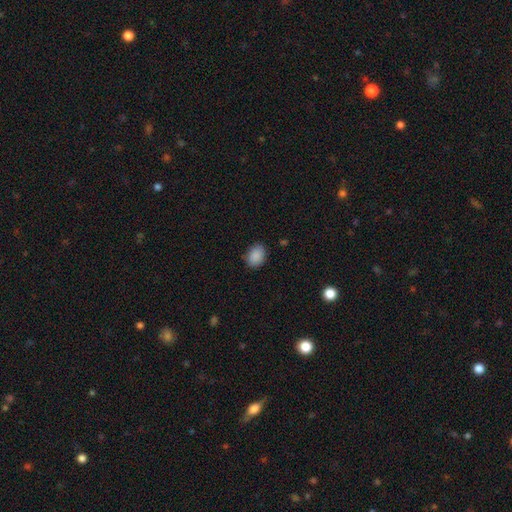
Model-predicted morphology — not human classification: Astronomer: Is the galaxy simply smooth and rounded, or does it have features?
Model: smooth — 89%.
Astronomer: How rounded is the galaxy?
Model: in between — 64%.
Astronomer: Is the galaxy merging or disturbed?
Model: none — 82%.